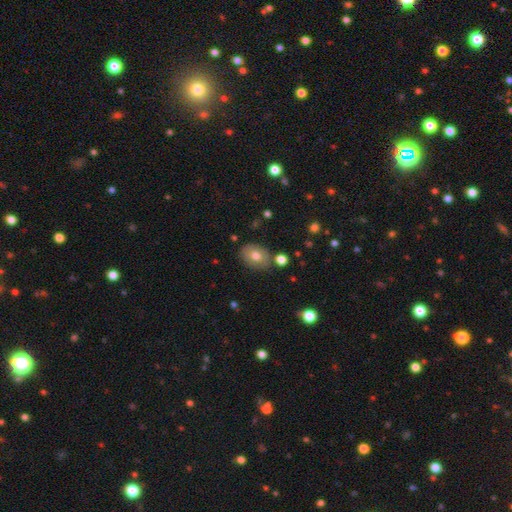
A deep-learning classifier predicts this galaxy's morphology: smooth-or-featured: smooth: 73% | featured or disk: 18% | star or artifact: 9%
  how-rounded: in between: 67% | round: 32% | cigar-shaped: 1%
  merging: none: 78% | minor disturbance: 13% | merger: 5% | major disturbance: 3%